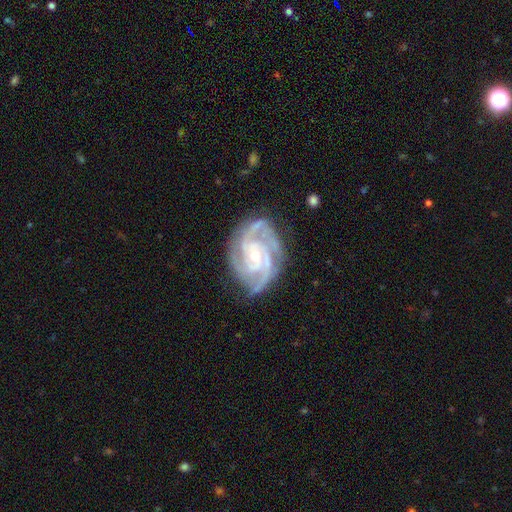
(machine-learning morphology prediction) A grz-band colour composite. It shows a featured or disk galaxy (93%) with no bar (59%), 3 (49%) tight (63%) spiral arms (99%) and a small central bulge (59%). Merging: none (76%).